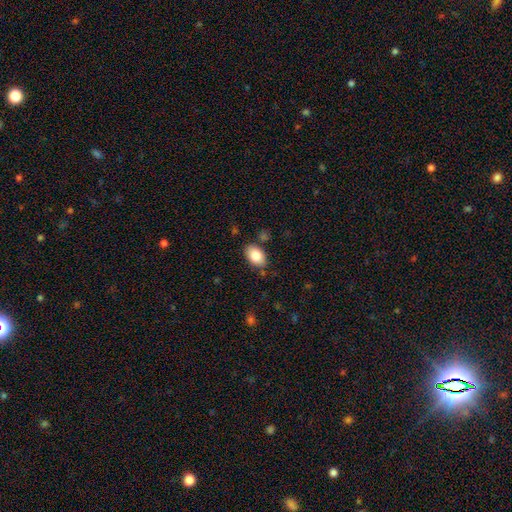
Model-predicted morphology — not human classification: Q: Smooth or featured?
A: smooth (83%); runner-up: featured or disk (10%)
Q: How rounded?
A: in between (88%); runner-up: round (11%)
Q: Merging?
A: none (82%); runner-up: minor disturbance (12%)